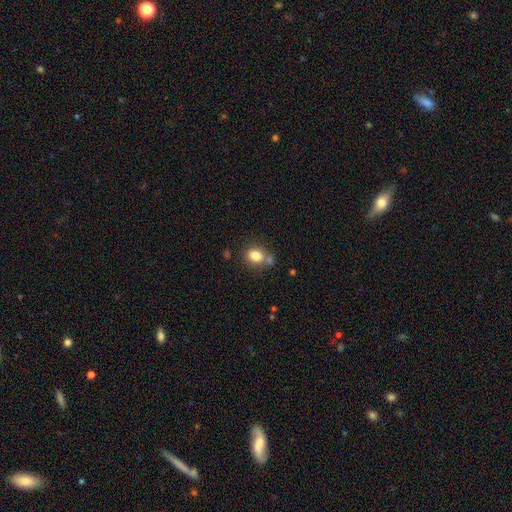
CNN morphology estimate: Smooth or featured?
  - smooth: 81% *
  - star or artifact: 10%
  - featured or disk: 8%
How rounded?
  - round: 57% *
  - in between: 42%
  - cigar-shaped: 1%
Merging?
  - none: 61% *
  - merger: 19%
  - minor disturbance: 15%
  - major disturbance: 5%